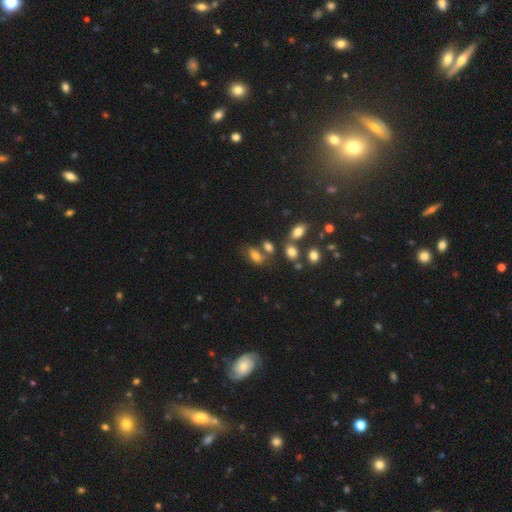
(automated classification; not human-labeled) This is likely a smooth galaxy (72%). How rounded: clearly in between (84%). Merging: possibly none (54%).